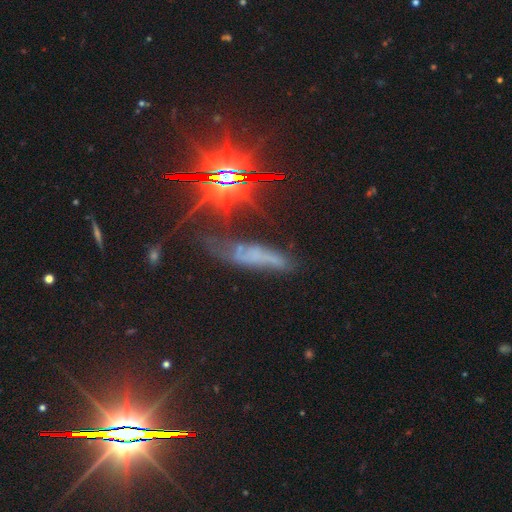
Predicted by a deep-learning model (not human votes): Smooth or featured: featured or disk — 40% (star or artifact — 36%)
Merging: none — 45% (minor disturbance — 25%)